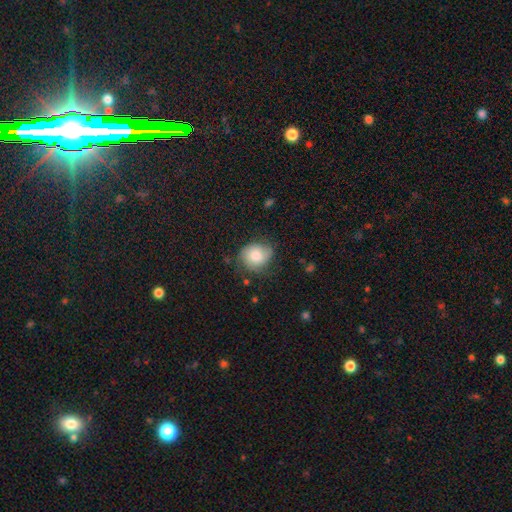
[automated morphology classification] Smooth or featured? Predicted: smooth (p=0.74). How rounded? Predicted: round (p=0.71). Merging? Predicted: none (p=0.62).